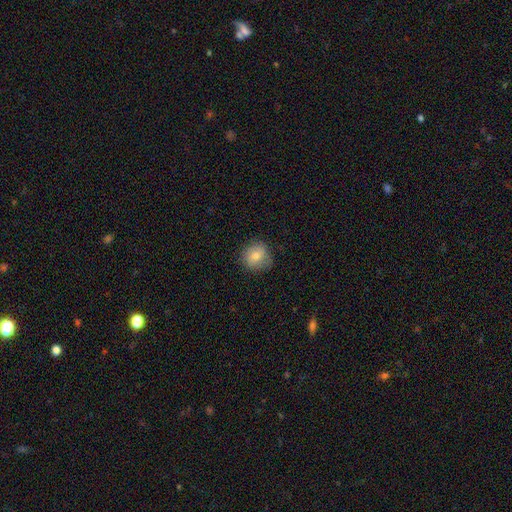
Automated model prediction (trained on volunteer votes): Overall: smooth (73%). How rounded: round (86%). Merging: none (80%).